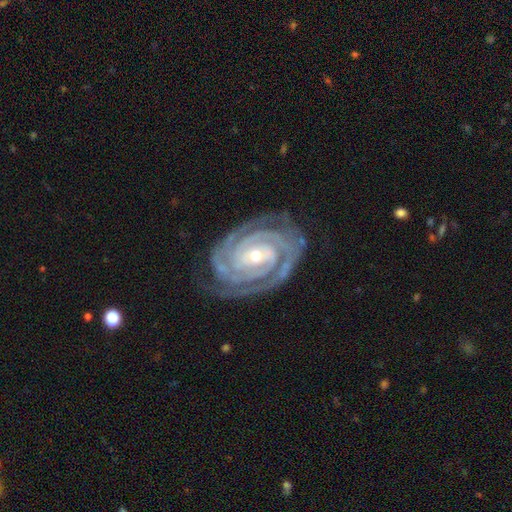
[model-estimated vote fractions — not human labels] featured or disk 94%, star or artifact 4%, smooth 2%. Down the decision tree: edge-on disk — no (97%); bar — no (50%); spiral arms — yes (99%); spiral arm count — 2 (51%); spiral winding — tight (84%); bulge size — small (53%); merging — none (80%).